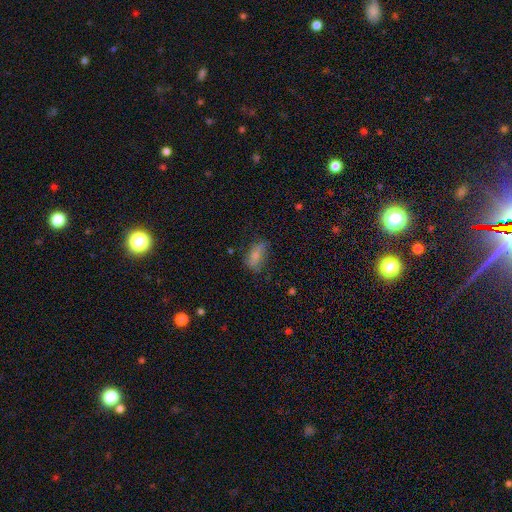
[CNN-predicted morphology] Smooth or featured? Predicted: smooth (p=0.68). How rounded? Predicted: in between (p=0.85). Merging? Predicted: none (p=0.55).